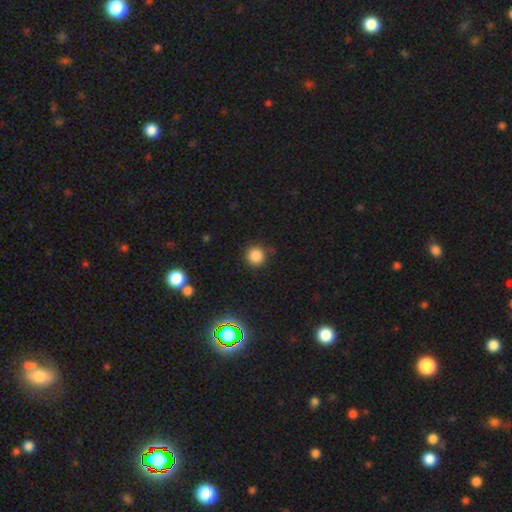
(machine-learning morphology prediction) A smooth galaxy with no disk features (82%) that is round (94%). Merging: none (85%).